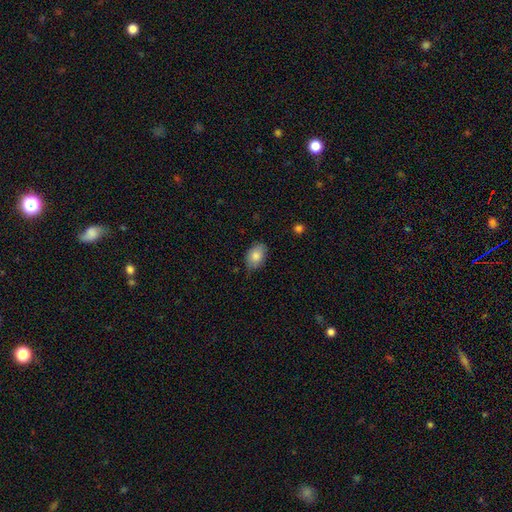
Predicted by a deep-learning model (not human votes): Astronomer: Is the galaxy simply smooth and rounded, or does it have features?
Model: smooth — 83%.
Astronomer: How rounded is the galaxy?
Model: in between — 87%.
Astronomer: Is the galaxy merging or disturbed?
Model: none — 75%.